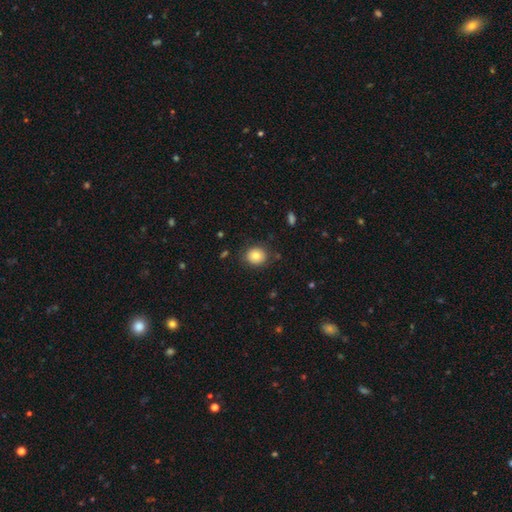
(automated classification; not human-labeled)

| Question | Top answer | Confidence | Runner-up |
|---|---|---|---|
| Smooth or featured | smooth | 80% | featured or disk (11%) |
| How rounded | round | 82% | in between (17%) |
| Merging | none | 86% | minor disturbance (10%) |